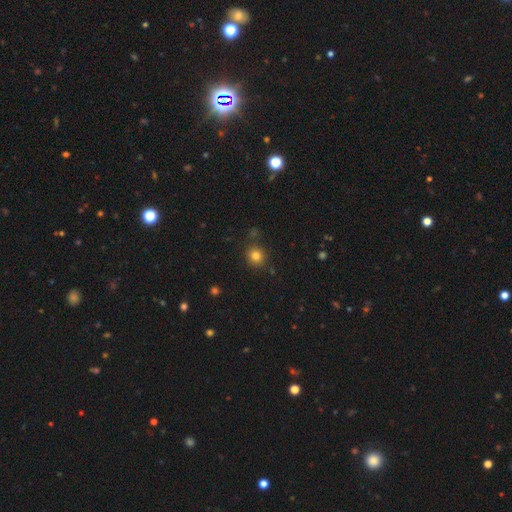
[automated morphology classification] smooth-or-featured: smooth: 81% | star or artifact: 13% | featured or disk: 6%
  how-rounded: round: 85% | in between: 14% | cigar-shaped: 1%
  merging: none: 83% | minor disturbance: 10% | merger: 4% | major disturbance: 3%